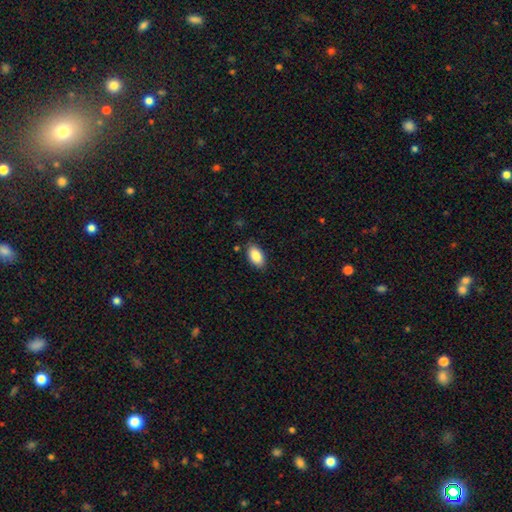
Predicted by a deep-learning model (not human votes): This is clearly a smooth galaxy (87%). How rounded: clearly in between (94%). Merging: clearly none (86%).